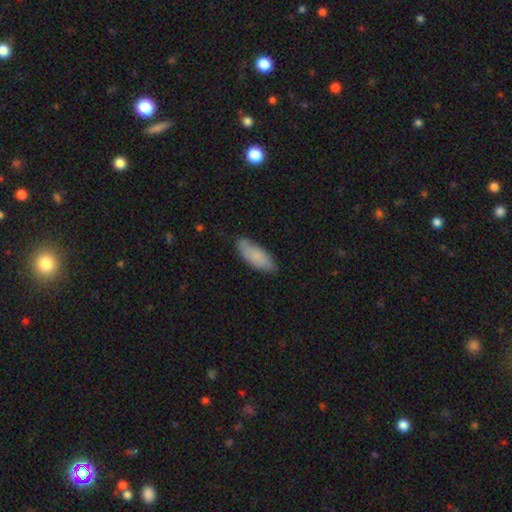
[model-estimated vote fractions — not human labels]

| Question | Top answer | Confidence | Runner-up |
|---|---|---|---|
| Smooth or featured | smooth | 82% | featured or disk (12%) |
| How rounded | in between | 75% | cigar-shaped (24%) |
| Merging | none | 77% | minor disturbance (19%) |